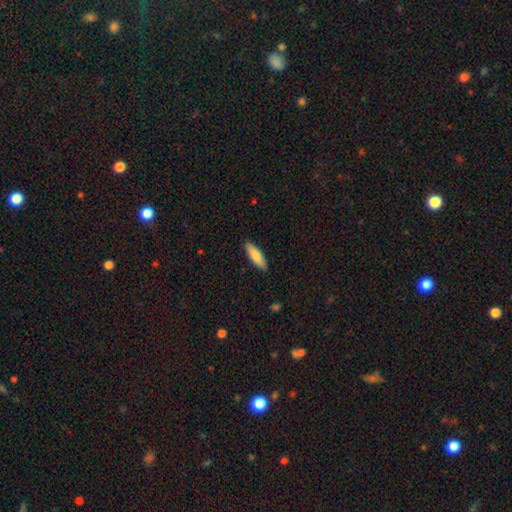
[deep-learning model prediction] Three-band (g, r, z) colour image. It shows a smooth galaxy with no disk features (82%) that is cigar-shaped (53%). Merging: none (90%).